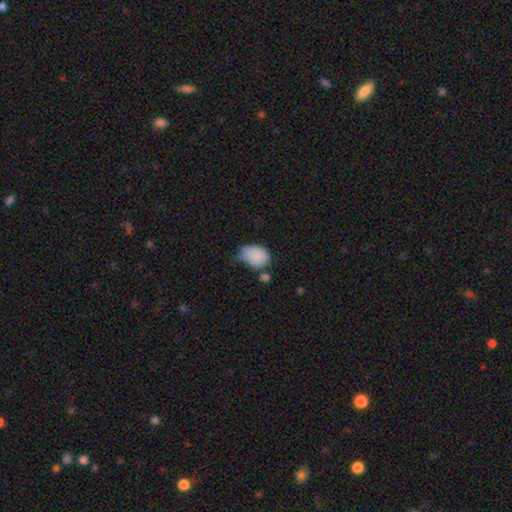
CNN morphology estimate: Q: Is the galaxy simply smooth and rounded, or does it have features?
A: smooth — 83%.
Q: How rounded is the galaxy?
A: in between — 68%.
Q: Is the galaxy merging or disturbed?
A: minor disturbance — 42%.